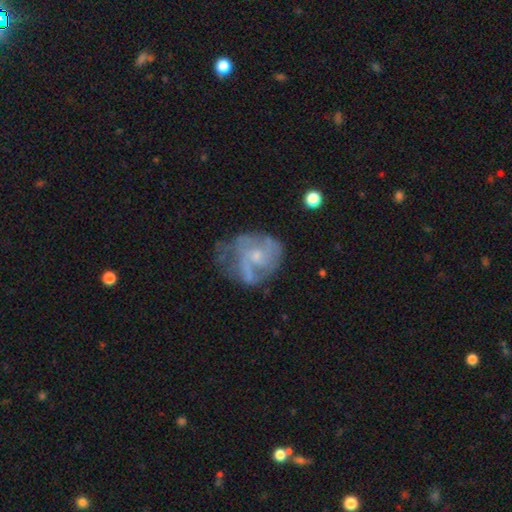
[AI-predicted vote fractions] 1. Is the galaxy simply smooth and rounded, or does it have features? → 66% featured or disk, 25% smooth, 9% star or artifact.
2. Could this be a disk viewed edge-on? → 98% no, 2% yes.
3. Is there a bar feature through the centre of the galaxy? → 75% no, 22% weak, 3% strong.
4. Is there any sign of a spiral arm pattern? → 60% yes, 40% no.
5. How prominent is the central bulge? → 56% small, 33% moderate, 9% none, 2% large, 1% dominant.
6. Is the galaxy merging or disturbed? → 39% none, 31% major disturbance, 26% minor disturbance, 4% merger.